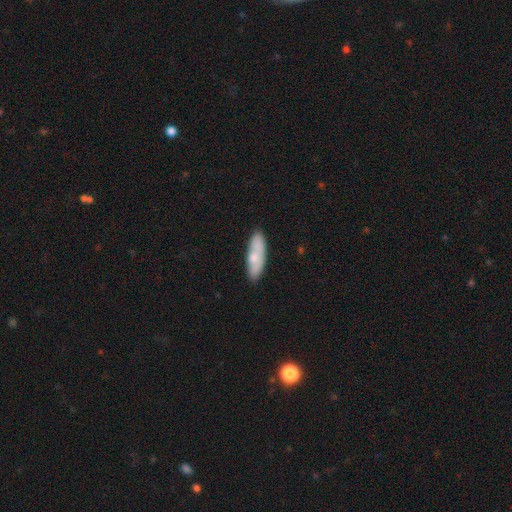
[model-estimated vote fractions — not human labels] Morphology: type=smooth (67%); roundness=in between (51%); merging=none (77%).